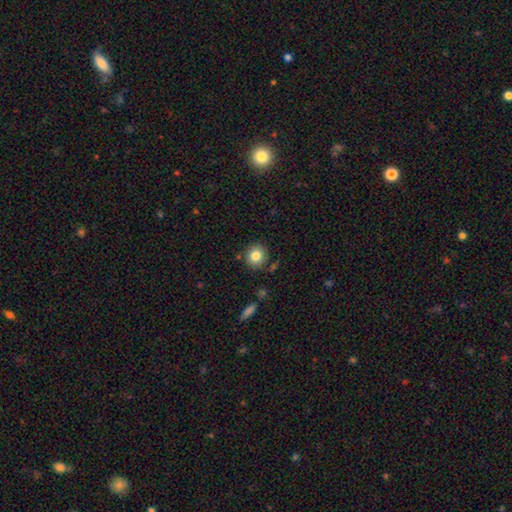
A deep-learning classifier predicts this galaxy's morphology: type=smooth (82%); roundness=round (87%); merging=none (83%).